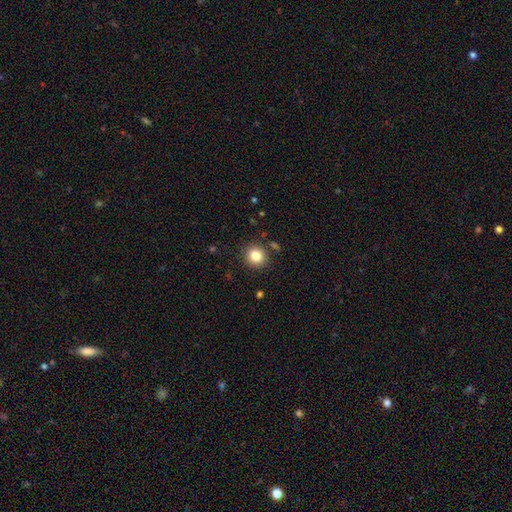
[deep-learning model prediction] A smooth galaxy with no disk features (83%) that is round (90%). Merging: none (89%).